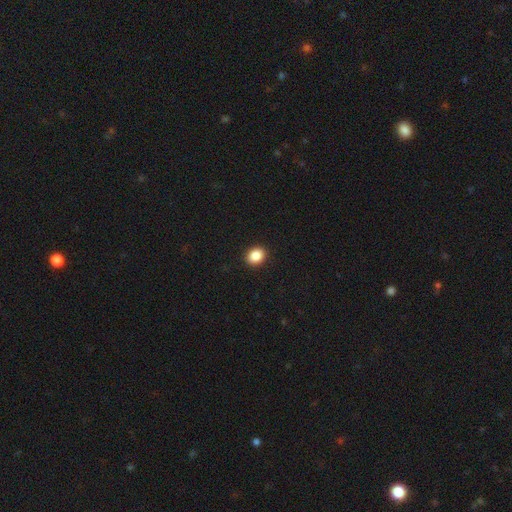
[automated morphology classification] Smooth or featured: smooth — 88% (star or artifact — 9%)
How rounded: round — 52% (in between — 47%)
Merging: none — 92% (minor disturbance — 5%)